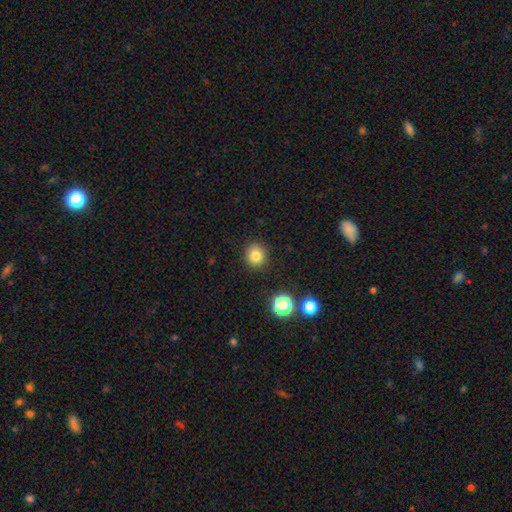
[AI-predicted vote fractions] A smooth galaxy with no disk features (81%) that is round (91%). Merging: none (90%).